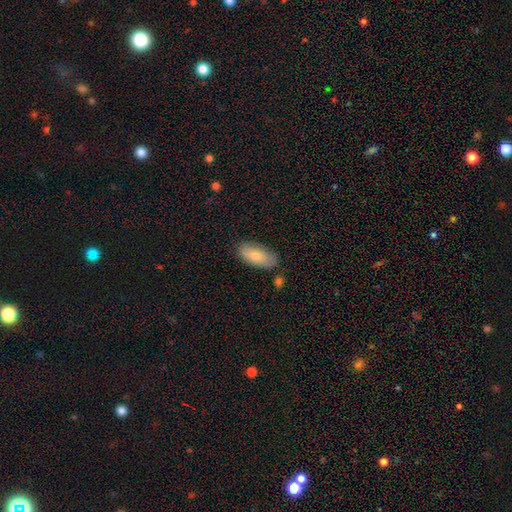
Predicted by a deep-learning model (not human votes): Smooth or featured? Predicted: smooth (p=0.78). How rounded? Predicted: in between (p=0.91). Merging? Predicted: none (p=0.76).